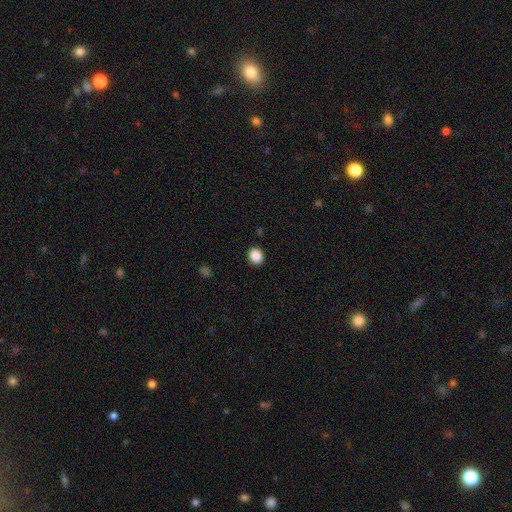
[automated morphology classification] smooth_or_featured: smooth (p=0.88) [alt: star or artifact p=0.09]
how_rounded: round (p=0.58) [alt: in between p=0.41]
merging: none (p=0.90) [alt: minor disturbance p=0.07]